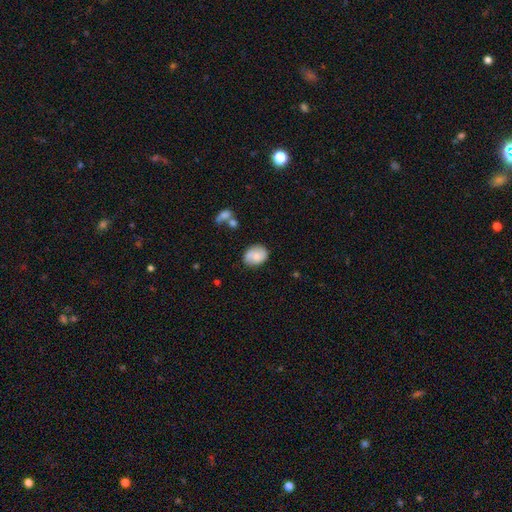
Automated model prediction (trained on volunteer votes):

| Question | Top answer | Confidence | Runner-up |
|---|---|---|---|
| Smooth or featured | smooth | 70% | featured or disk (22%) |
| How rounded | in between | 59% | round (40%) |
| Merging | none | 67% | minor disturbance (22%) |